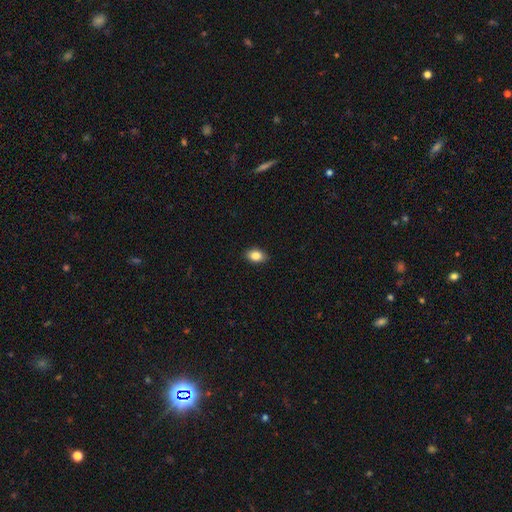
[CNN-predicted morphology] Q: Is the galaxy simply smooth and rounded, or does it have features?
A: smooth — 85%.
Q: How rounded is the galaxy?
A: in between — 81%.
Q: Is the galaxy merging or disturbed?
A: none — 88%.